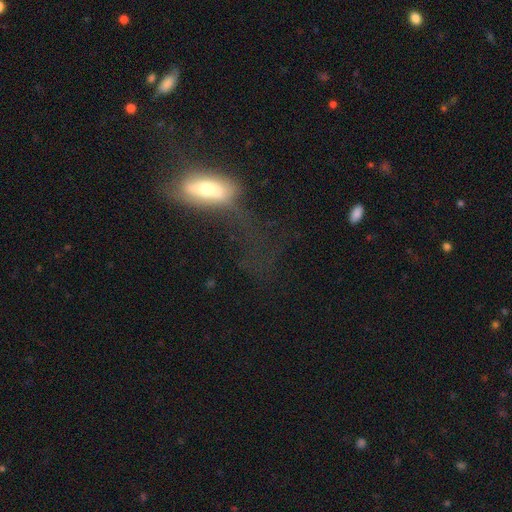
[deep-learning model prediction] smooth 49%, featured or disk 31%, star or artifact 19%. Down the decision tree: merging — major disturbance (49%).